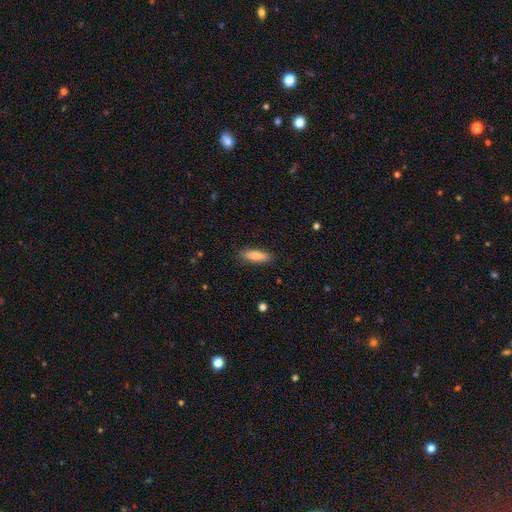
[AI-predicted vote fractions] Smooth or featured? Predicted: smooth (p=0.78). How rounded? Predicted: in between (p=0.50). Merging? Predicted: none (p=0.87).